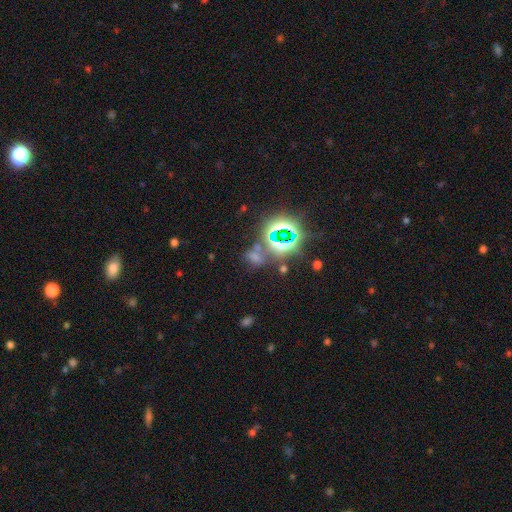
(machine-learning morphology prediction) This is possibly a star or artifact rather than a galaxy (56%).